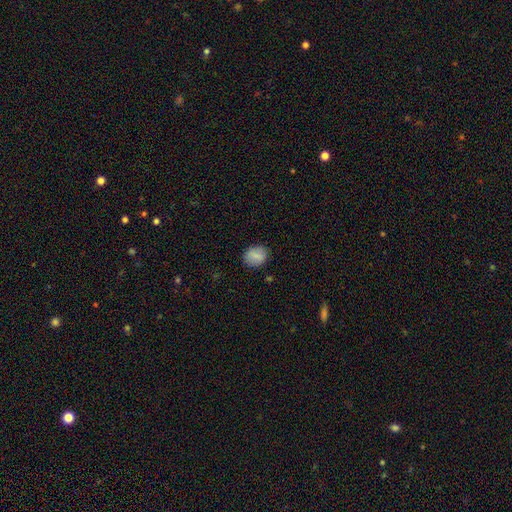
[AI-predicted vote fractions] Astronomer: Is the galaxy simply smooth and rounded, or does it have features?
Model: smooth — 82%.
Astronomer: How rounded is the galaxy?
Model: round — 56% (runner-up: in between, 43%).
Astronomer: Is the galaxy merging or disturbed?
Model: none — 86%.